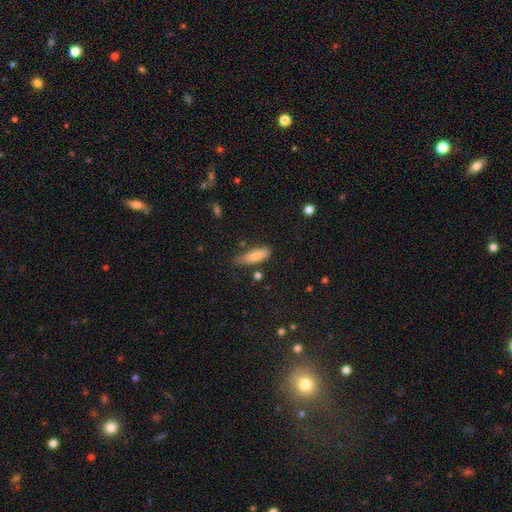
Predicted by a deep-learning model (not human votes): This is clearly a smooth galaxy (84%). How rounded: possibly in between (57%). Merging: likely none (62%).